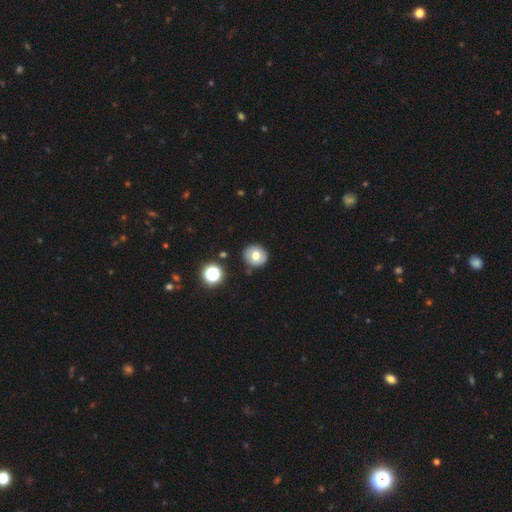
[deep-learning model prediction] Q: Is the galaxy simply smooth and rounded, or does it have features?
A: smooth — 72%.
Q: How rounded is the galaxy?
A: round — 83%.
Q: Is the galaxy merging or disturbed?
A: none — 84%.